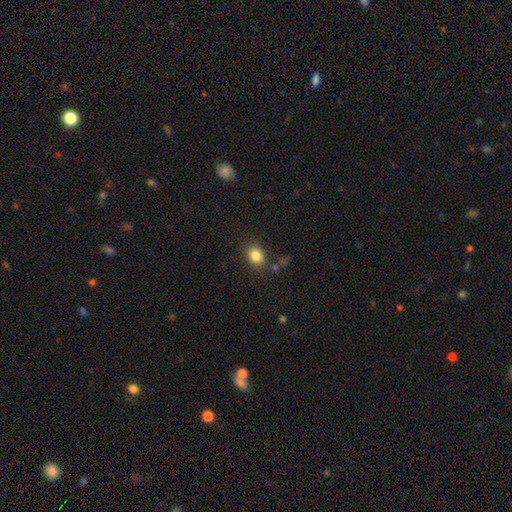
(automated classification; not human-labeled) This appears to be a smooth galaxy with no disk features (84%) that is round (57%). Merging: none (80%).